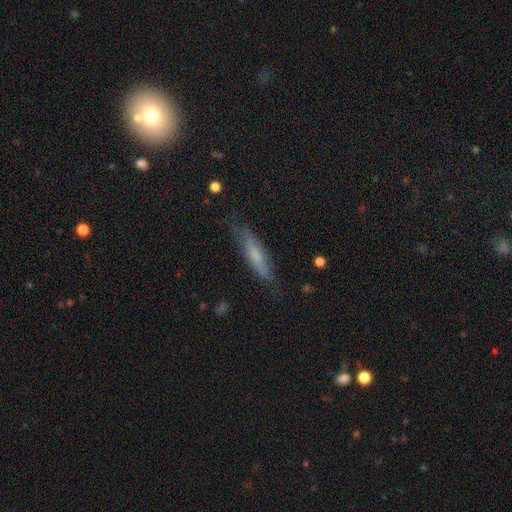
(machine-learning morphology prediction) smooth-or-featured: smooth: 52% | featured or disk: 40% | star or artifact: 7%
  how-rounded: cigar-shaped: 82% | in between: 16% | round: 2%
  merging: none: 74% | minor disturbance: 19% | major disturbance: 5% | merger: 2%